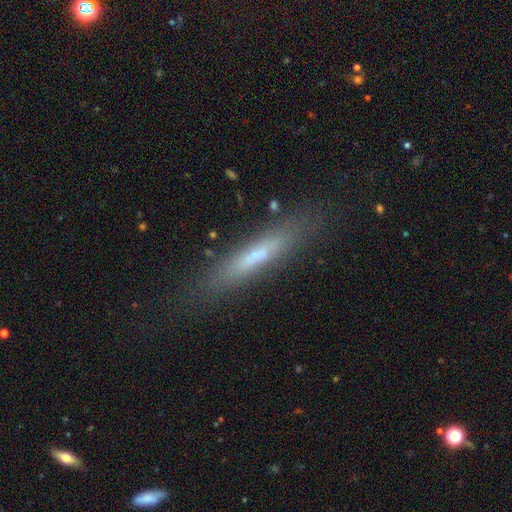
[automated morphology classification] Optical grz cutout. It shows a smooth galaxy with no disk features (55%) that is cigar-shaped (90%). Merging: none (82%).